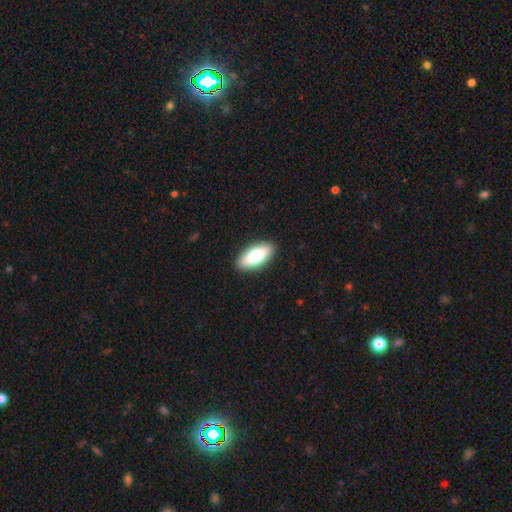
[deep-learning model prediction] Smooth or featured? smooth (73%)
How rounded? in between (84%)
Merging? none (90%)